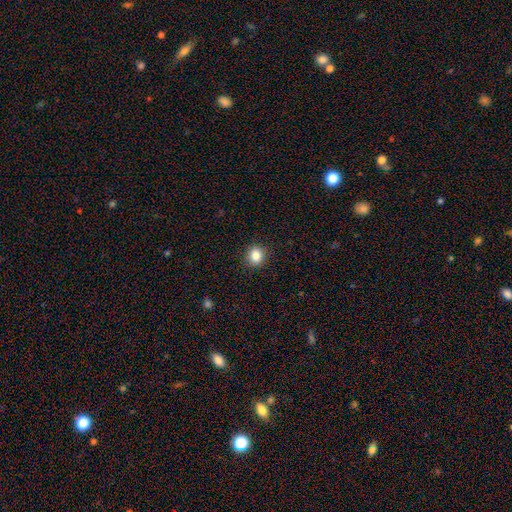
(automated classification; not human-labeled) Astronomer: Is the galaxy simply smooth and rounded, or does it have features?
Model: smooth — 84%.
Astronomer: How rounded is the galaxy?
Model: round — 81%.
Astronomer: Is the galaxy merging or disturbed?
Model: none — 91%.